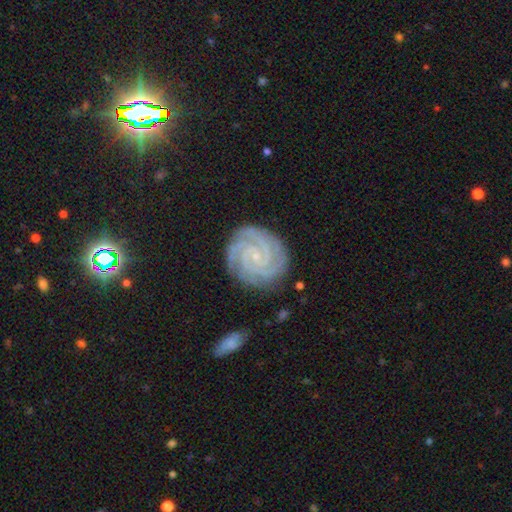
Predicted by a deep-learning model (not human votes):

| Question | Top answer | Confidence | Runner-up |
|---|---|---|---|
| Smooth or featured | featured or disk | 88% | star or artifact (7%) |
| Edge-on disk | no | 98% | yes (2%) |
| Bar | no | 62% | weak (27%) |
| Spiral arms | yes | 99% | no (1%) |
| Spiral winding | tight | 84% | medium (14%) |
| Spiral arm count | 3 | 34% | 4 (23%) |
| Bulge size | small | 84% | moderate (9%) |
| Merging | none | 83% | minor disturbance (13%) |